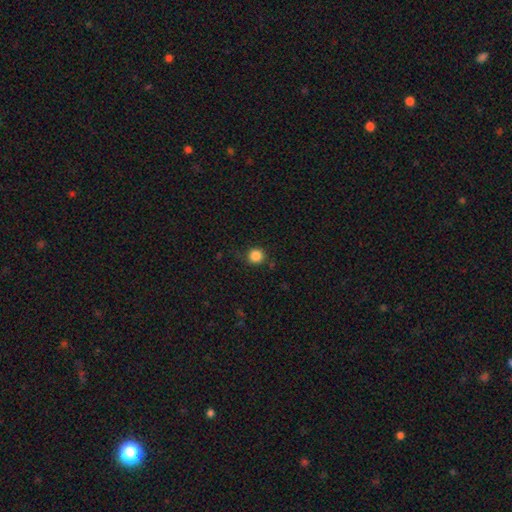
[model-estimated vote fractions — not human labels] This appears to be a smooth galaxy with no disk features (86%) that is round (93%). Merging: none (84%).